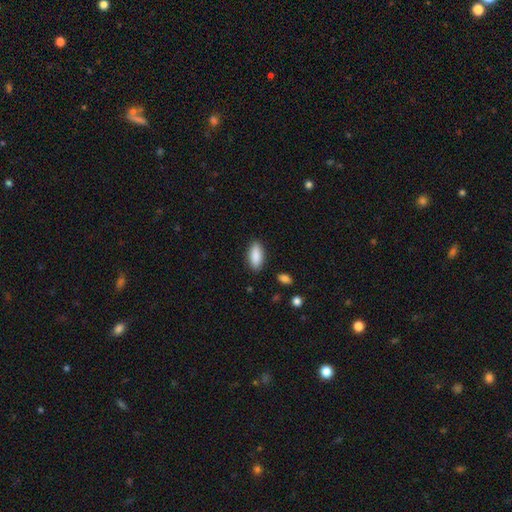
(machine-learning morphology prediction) smooth_or_featured: smooth (p=0.88) [alt: star or artifact p=0.06]
how_rounded: in between (p=0.83) [alt: cigar-shaped p=0.15]
merging: none (p=0.87) [alt: minor disturbance p=0.10]